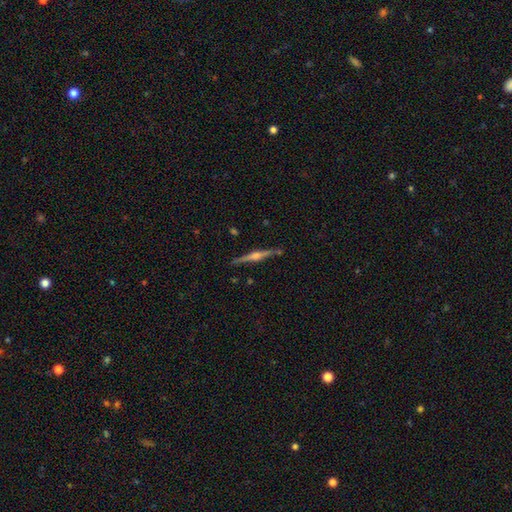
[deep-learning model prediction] A featured or disk galaxy (84%) viewed edge-on (99%) with a rounded central bulge (88%).

Vote fractions:
- Smooth or featured? featured or disk: 84% / smooth: 10% / star or artifact: 6%
- Edge-on disk? yes: 99% / no: 1%
- Edge-on bulge? rounded: 88% / boxy: 8% / none: 4%
- Merging? none: 90% / minor disturbance: 7% / merger: 2% / major disturbance: 1%